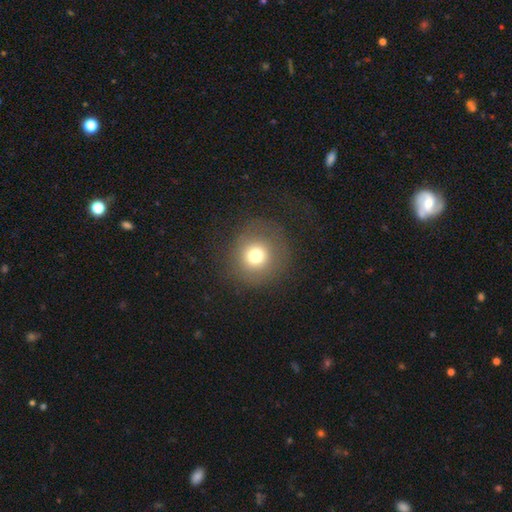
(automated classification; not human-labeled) This appears to be a smooth galaxy with no disk features (72%) that is round (93%). Merging: none (81%).